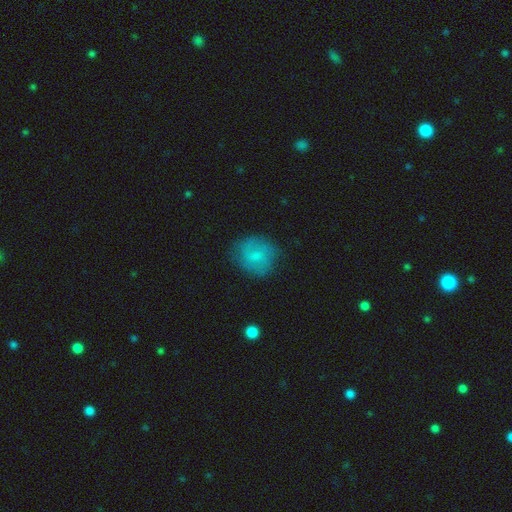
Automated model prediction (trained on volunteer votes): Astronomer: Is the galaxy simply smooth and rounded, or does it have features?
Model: smooth — 58% (runner-up: featured or disk, 34%).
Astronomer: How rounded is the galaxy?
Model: round — 73%.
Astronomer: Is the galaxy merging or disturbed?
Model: none — 70%.